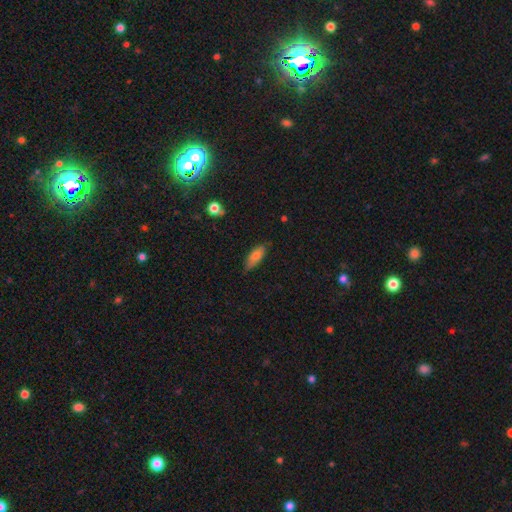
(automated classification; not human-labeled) Q: Smooth or featured?
A: smooth (79%); runner-up: featured or disk (14%)
Q: How rounded?
A: in between (70%); runner-up: cigar-shaped (28%)
Q: Merging?
A: none (76%); runner-up: minor disturbance (19%)